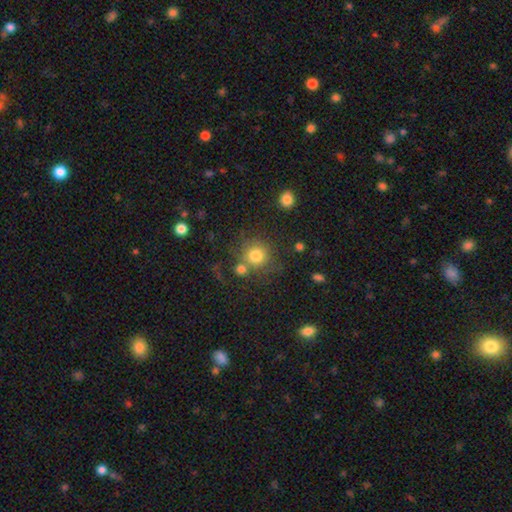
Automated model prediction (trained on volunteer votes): smooth-or-featured: smooth: 79% | star or artifact: 12% | featured or disk: 9%
  how-rounded: round: 91% | in between: 8% | cigar-shaped: 1%
  merging: none: 65% | merger: 18% | minor disturbance: 11% | major disturbance: 6%